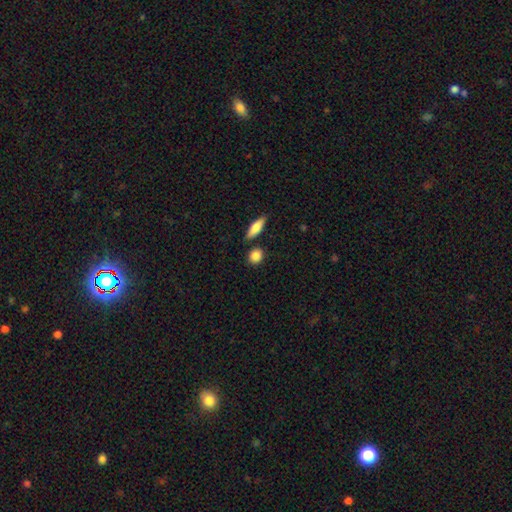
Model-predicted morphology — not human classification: Smooth or featured? smooth (86%)
How rounded? round (75%)
Merging? none (81%)